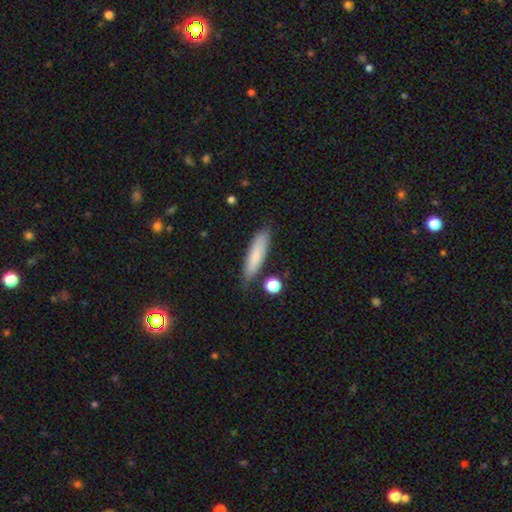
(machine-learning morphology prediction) A smooth galaxy with no disk features (81%) that is cigar-shaped (72%).

Vote fractions:
- Smooth or featured? smooth: 81% / featured or disk: 13% / star or artifact: 7%
- How rounded? cigar-shaped: 72% / in between: 27% / round: 2%
- Merging? none: 76% / minor disturbance: 17% / major disturbance: 4% / merger: 3%